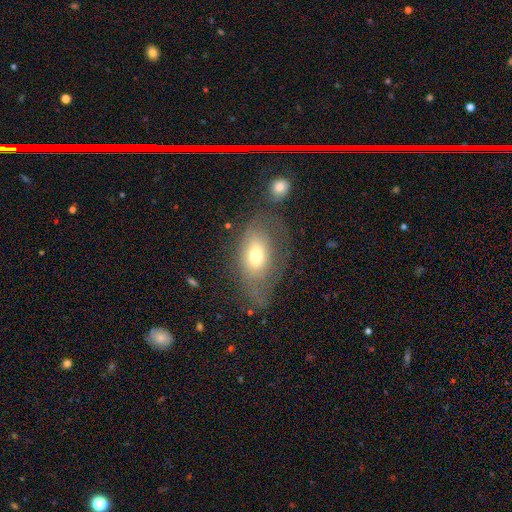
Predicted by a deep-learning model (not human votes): This is possibly a smooth galaxy (59%). How rounded: likely in between (79%). Merging: marginally none (40%).